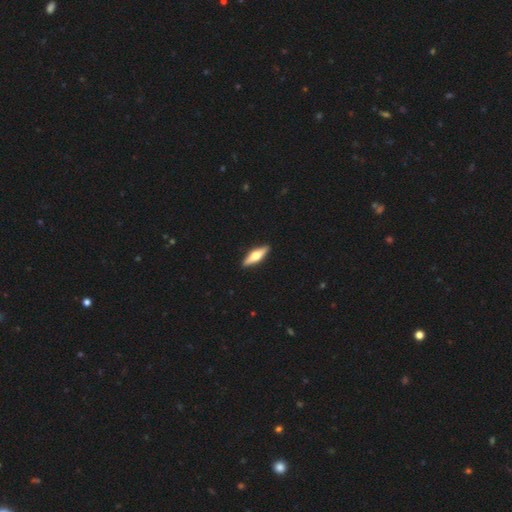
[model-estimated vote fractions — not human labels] Morphology: type=featured or disk (56%); edge-on=yes (95%); edge-on bulge=rounded (94%); merging=none (91%).